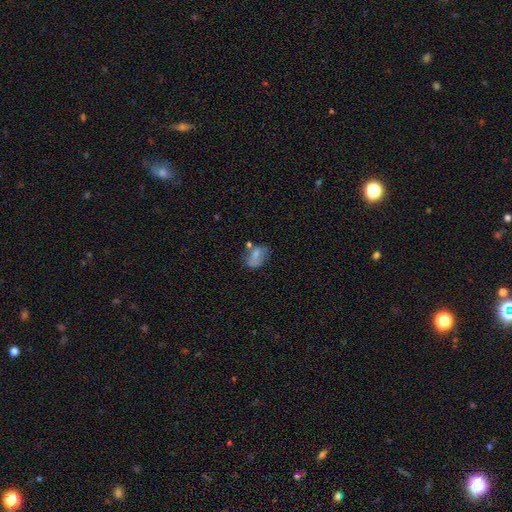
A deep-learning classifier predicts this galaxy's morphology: type=smooth (68%); roundness=in between (78%); merging=none (49%).